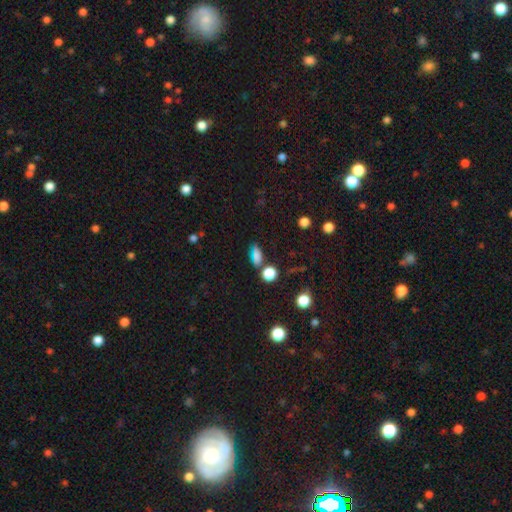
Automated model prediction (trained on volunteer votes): Smooth or featured? Predicted: smooth (p=0.71). How rounded? Predicted: in between (p=0.55). Merging? Predicted: none (p=0.74).